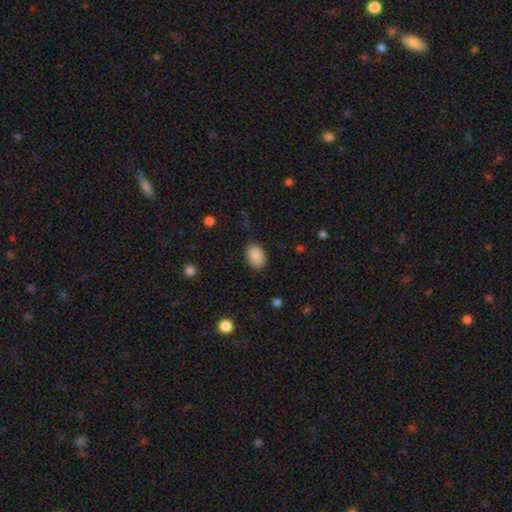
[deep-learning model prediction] smooth 89%, star or artifact 7%, featured or disk 3%. Down the decision tree: how rounded — in between (86%); merging — none (83%).